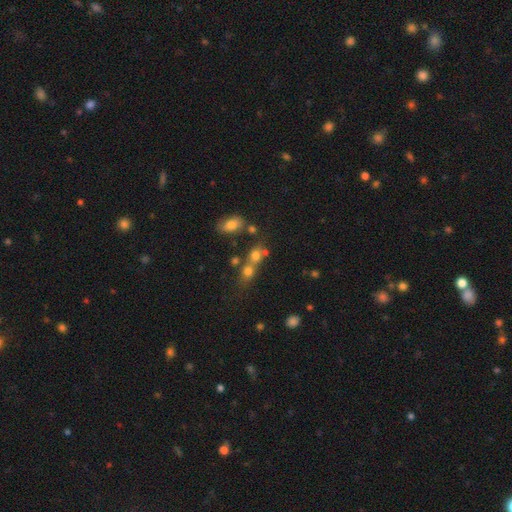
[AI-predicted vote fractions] Smooth or featured?
  - smooth: 68% *
  - star or artifact: 17%
  - featured or disk: 14%
How rounded?
  - round: 61% *
  - in between: 35%
  - cigar-shaped: 4%
Merging?
  - merger: 50% *
  - none: 36%
  - minor disturbance: 9%
  - major disturbance: 5%